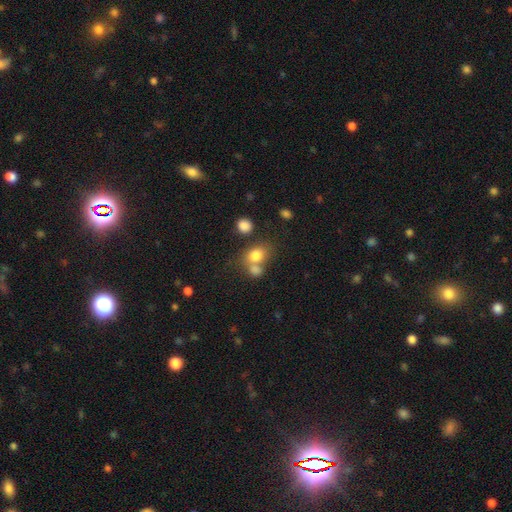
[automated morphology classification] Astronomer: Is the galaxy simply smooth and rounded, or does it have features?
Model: smooth — 78%.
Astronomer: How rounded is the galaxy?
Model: round — 55% (runner-up: in between, 44%).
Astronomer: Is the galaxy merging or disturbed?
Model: merger — 45% (runner-up: none, 40%).